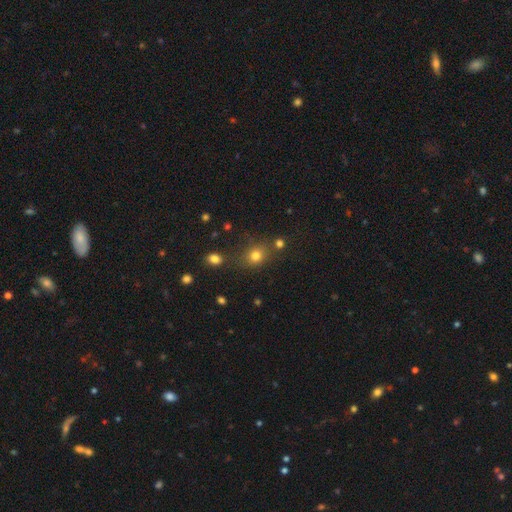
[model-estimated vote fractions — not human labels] Overall: smooth (77%). How rounded: round (64%; in between 35%). Merging: none (71%).